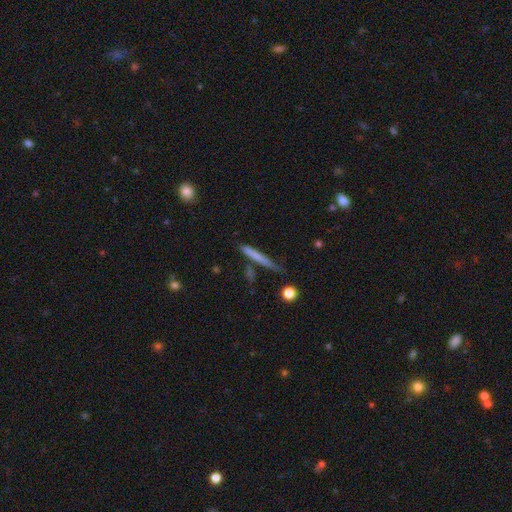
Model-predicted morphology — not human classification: This appears to be a smooth galaxy with no disk features (67%) that is cigar-shaped (95%). Merging: none (74%).